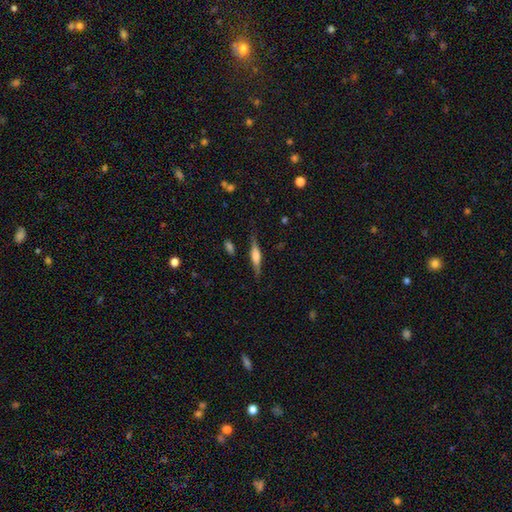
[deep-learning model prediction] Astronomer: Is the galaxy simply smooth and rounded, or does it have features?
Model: featured or disk — 60%.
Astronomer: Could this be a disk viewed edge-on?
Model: yes — 96%.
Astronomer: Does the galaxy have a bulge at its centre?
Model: rounded — 70%.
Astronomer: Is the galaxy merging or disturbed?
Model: none — 82%.